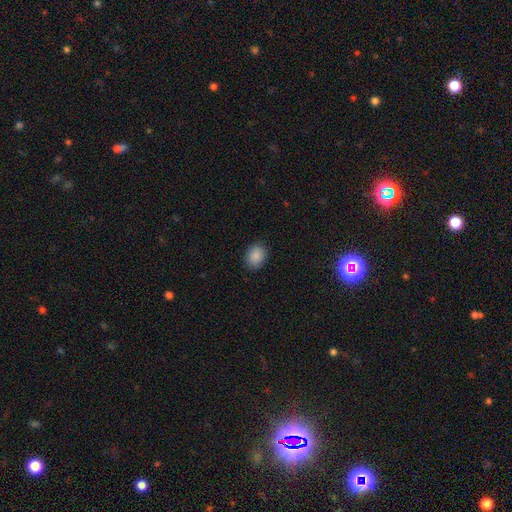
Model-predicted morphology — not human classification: The model was most divided on "how rounded": in between: 55%, round: 44%, cigar-shaped: 1%. More confident: smooth or featured — smooth (88%); merging — none (88%).